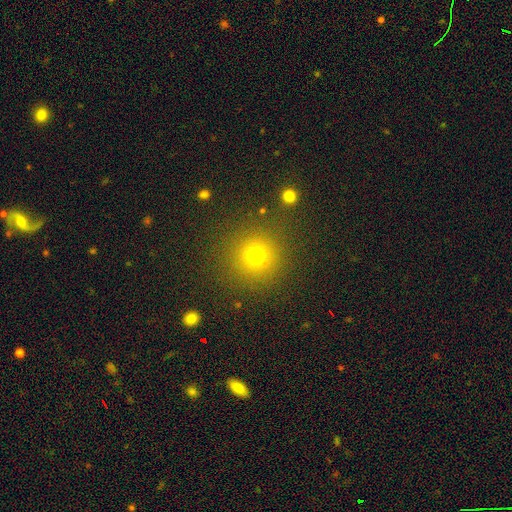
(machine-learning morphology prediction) Overall: smooth (72%). How rounded: round (94%). Merging: none (86%).